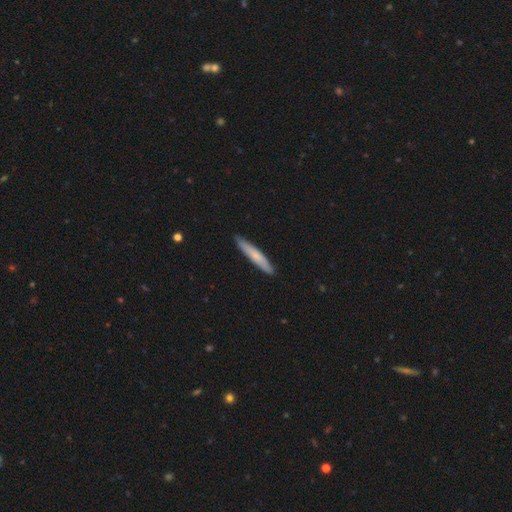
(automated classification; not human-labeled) This is likely a smooth galaxy (68%). How rounded: clearly cigar-shaped (93%). Merging: clearly none (89%).